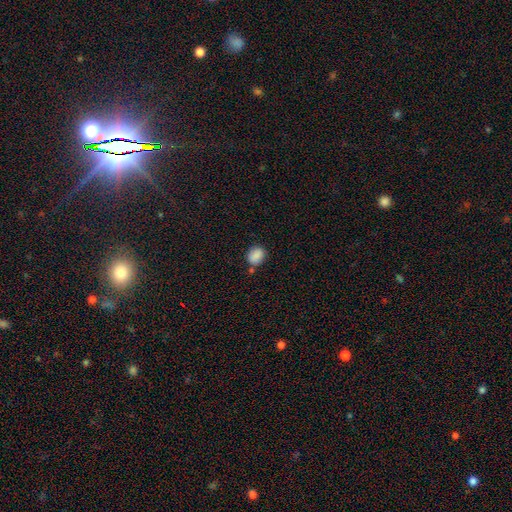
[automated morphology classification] Smooth or featured? smooth (87%)
How rounded? round (50%)
Merging? none (72%)